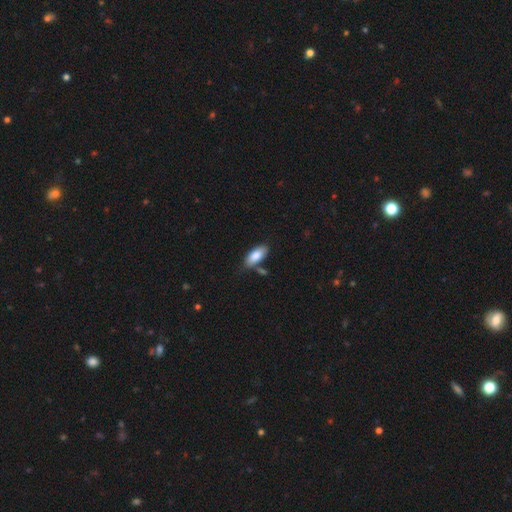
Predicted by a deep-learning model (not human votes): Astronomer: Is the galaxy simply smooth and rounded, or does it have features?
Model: smooth — 85%.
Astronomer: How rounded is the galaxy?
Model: in between — 86%.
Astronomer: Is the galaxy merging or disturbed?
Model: none — 70%.